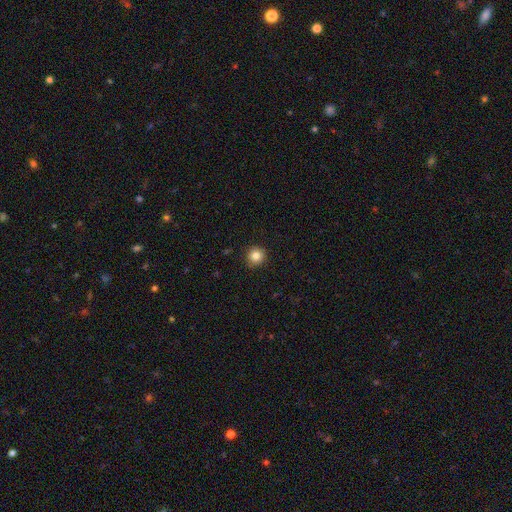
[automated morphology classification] Overall: smooth (85%). How rounded: round (94%). Merging: none (91%).